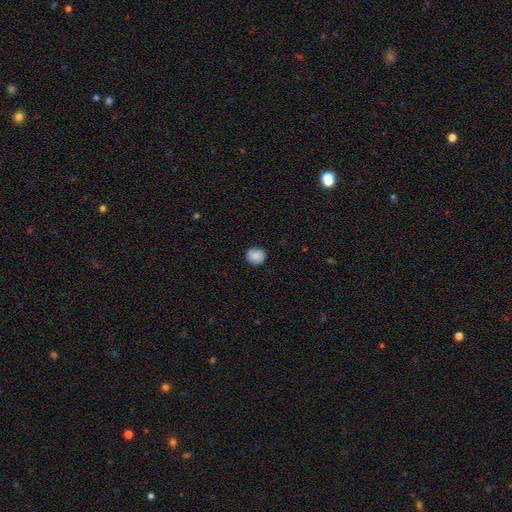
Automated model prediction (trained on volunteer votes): A smooth galaxy with no disk features (88%) that is round (76%).

Vote fractions:
- Smooth or featured? smooth: 88% / star or artifact: 8% / featured or disk: 4%
- How rounded? round: 76% / in between: 23% / cigar-shaped: 1%
- Merging? none: 84% / minor disturbance: 12% / major disturbance: 2% / merger: 1%